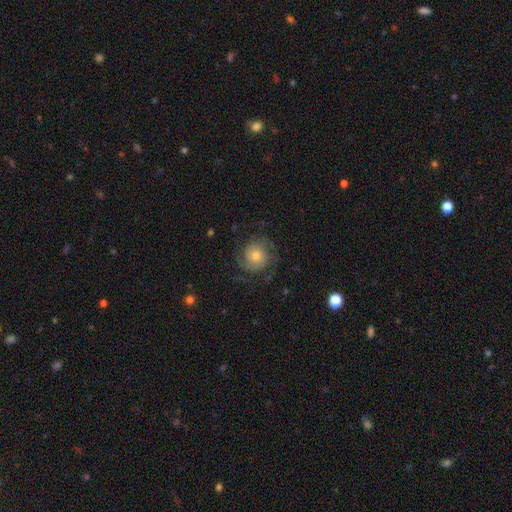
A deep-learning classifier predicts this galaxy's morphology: Smooth or featured? featured or disk (69%)
Edge-on disk? no (98%)
Bar? no (80%)
Spiral arms? yes (91%)
Spiral winding? tight (49%)
Spiral arm count? 2 (42%)
Bulge size? moderate (54%)
Merging? none (71%)